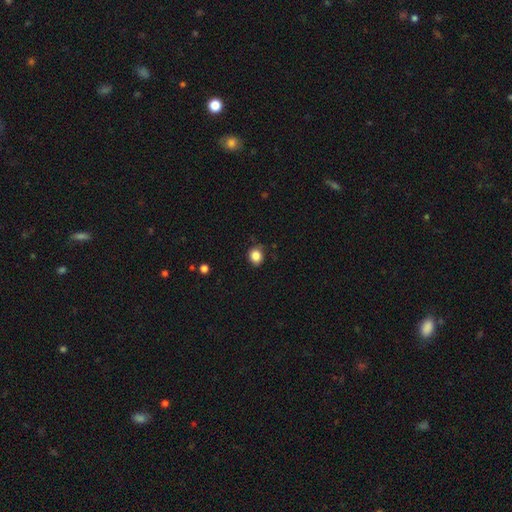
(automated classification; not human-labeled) Q: Smooth or featured?
A: smooth (85%); runner-up: star or artifact (10%)
Q: How rounded?
A: round (72%); runner-up: in between (27%)
Q: Merging?
A: none (79%); runner-up: minor disturbance (16%)